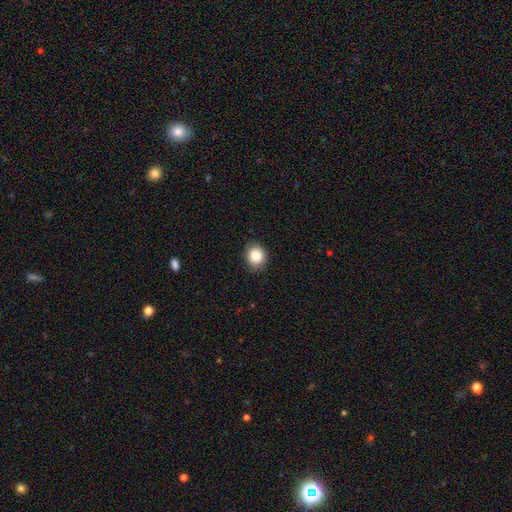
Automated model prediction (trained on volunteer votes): Smooth or featured: smooth — 83% (star or artifact — 9%)
How rounded: round — 64% (in between — 35%)
Merging: none — 86% (minor disturbance — 11%)